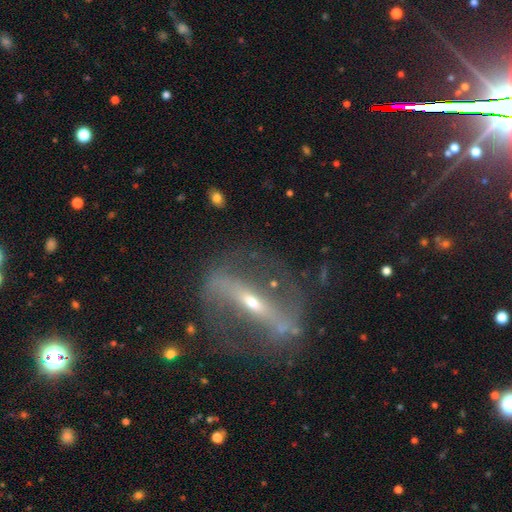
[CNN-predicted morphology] featured or disk 83%, star or artifact 9%, smooth 8%. Down the decision tree: edge-on disk — no (59%); merging — none (69%).